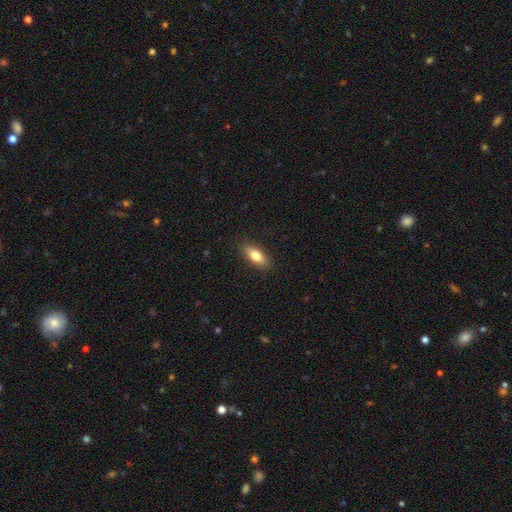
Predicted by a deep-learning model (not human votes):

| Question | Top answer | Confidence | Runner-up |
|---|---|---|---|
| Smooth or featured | smooth | 78% | featured or disk (15%) |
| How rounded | in between | 76% | cigar-shaped (20%) |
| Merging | none | 87% | minor disturbance (10%) |